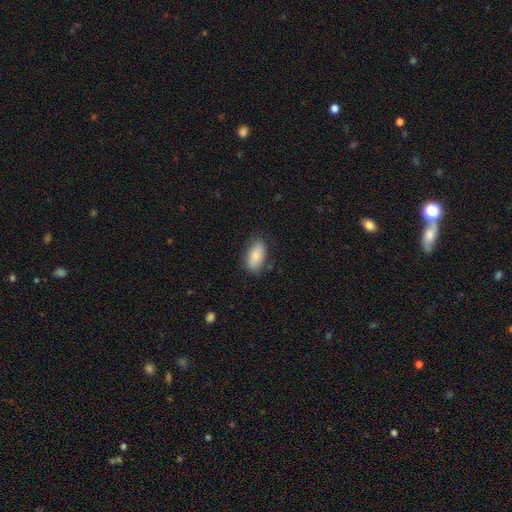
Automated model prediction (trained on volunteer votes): Smooth or featured: smooth — 85% (featured or disk — 9%)
How rounded: in between — 89% (cigar-shaped — 8%)
Merging: none — 79% (minor disturbance — 16%)